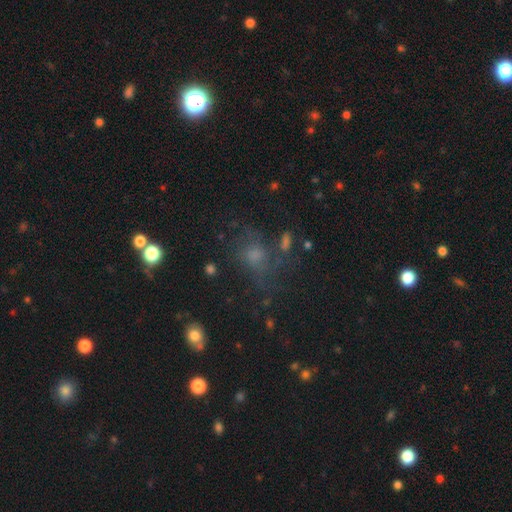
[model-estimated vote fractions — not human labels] A smooth galaxy with no disk features (48%).

Vote fractions:
- Smooth or featured? smooth: 48% / star or artifact: 28% / featured or disk: 25%
- Merging? none: 55% / minor disturbance: 19% / major disturbance: 19% / merger: 7%